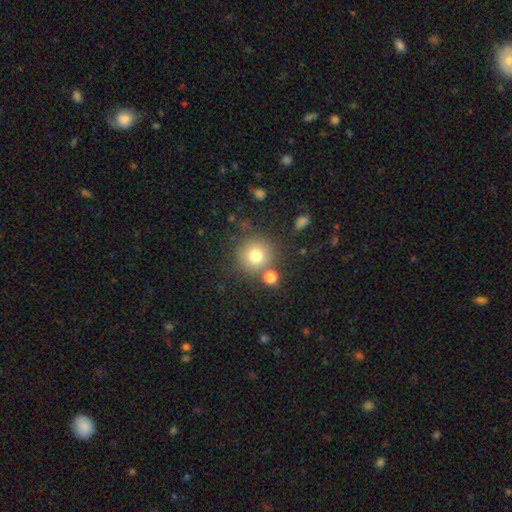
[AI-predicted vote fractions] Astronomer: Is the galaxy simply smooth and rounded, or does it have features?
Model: smooth — 76%.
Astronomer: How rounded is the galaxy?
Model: round — 94%.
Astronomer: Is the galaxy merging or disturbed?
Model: none — 76%.